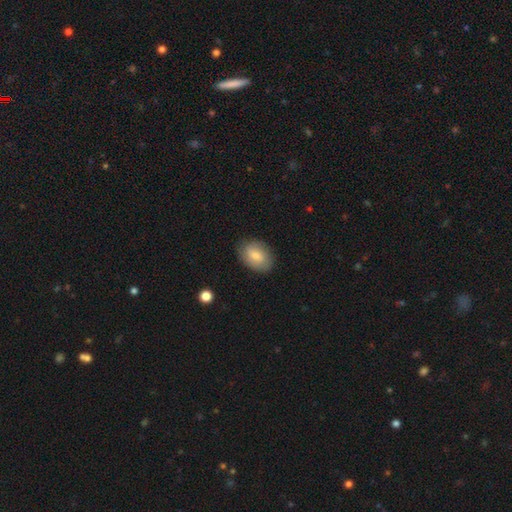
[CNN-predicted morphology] This is likely a smooth galaxy (76%). How rounded: clearly in between (84%). Merging: clearly none (83%).